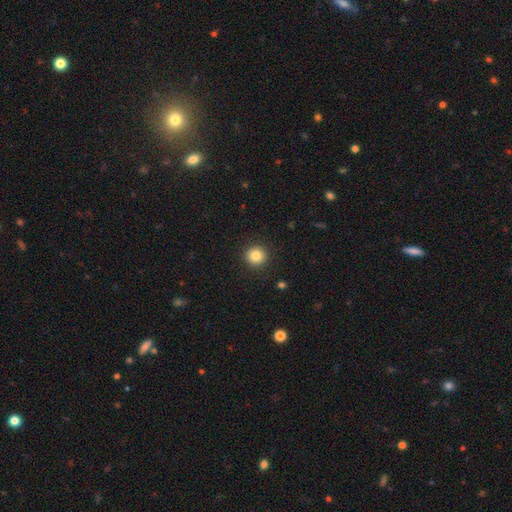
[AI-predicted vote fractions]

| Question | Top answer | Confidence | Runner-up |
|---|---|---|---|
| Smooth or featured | smooth | 84% | star or artifact (10%) |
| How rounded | round | 94% | in between (5%) |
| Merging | none | 92% | minor disturbance (5%) |